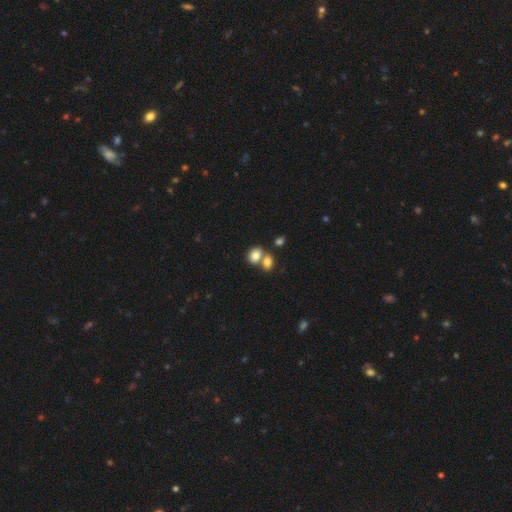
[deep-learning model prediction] Morphology: type=smooth (81%); roundness=in between (62%); merging=merger (52%).